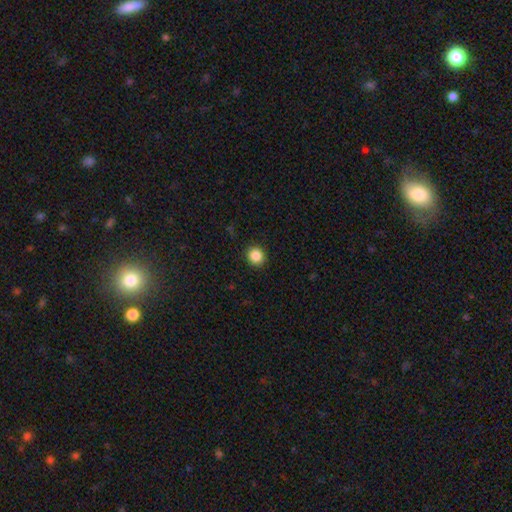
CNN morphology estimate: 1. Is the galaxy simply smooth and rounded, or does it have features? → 87% smooth, 10% star or artifact, 3% featured or disk.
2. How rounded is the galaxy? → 88% round, 11% in between, 1% cigar-shaped.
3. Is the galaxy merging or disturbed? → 92% none, 6% minor disturbance, 2% major disturbance, 1% merger.